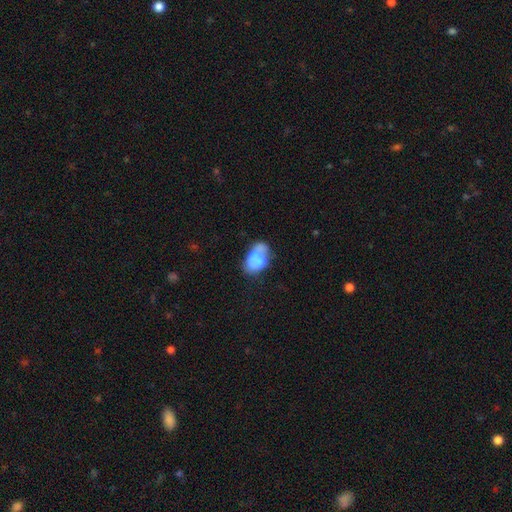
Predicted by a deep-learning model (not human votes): smooth-or-featured: smooth: 57% | featured or disk: 34% | star or artifact: 8%
  how-rounded: in between: 83% | round: 15% | cigar-shaped: 2%
  merging: merger: 54% | none: 22% | minor disturbance: 14% | major disturbance: 9%